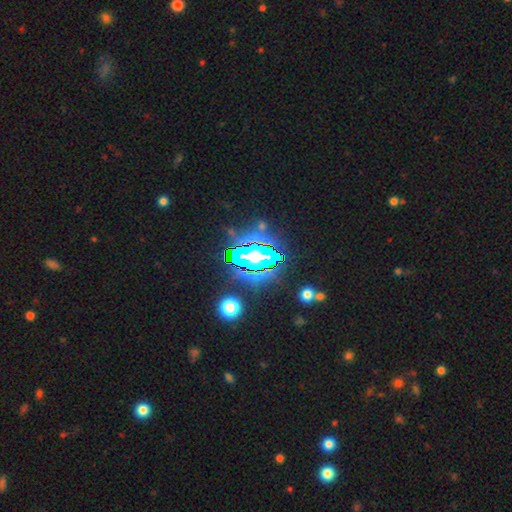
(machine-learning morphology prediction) smooth_or_featured: star or artifact (p=0.82) [alt: smooth p=0.10]